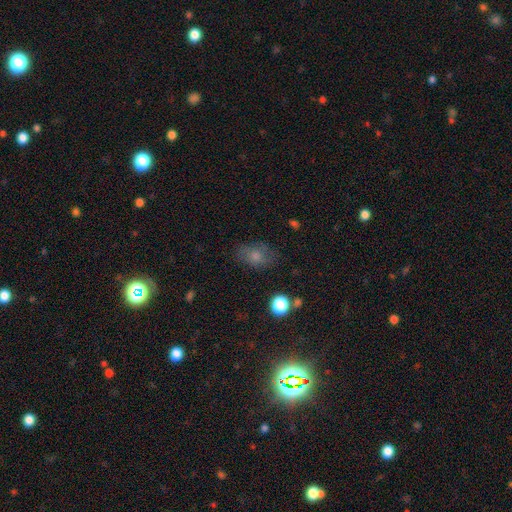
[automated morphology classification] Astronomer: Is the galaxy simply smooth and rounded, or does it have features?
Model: smooth — 71%.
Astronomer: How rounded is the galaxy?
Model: in between — 78%.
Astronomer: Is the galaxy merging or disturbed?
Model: none — 67%.